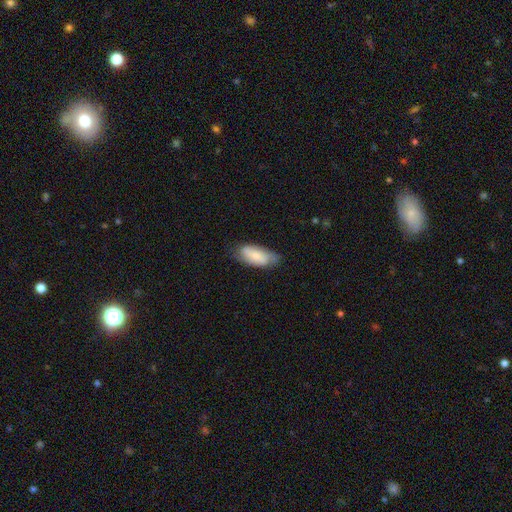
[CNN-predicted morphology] This appears to be a smooth galaxy with no disk features (65%) that is in between round and cigar-shaped (88%). Merging: none (69%).